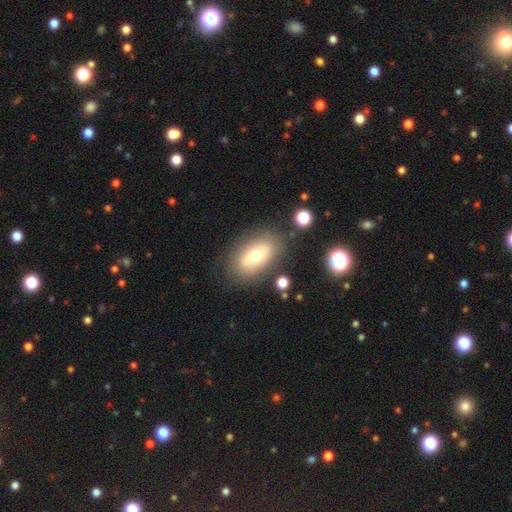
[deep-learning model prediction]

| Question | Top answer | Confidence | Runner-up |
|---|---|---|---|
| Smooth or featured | smooth | 64% | featured or disk (26%) |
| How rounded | in between | 88% | round (7%) |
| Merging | none | 79% | minor disturbance (13%) |